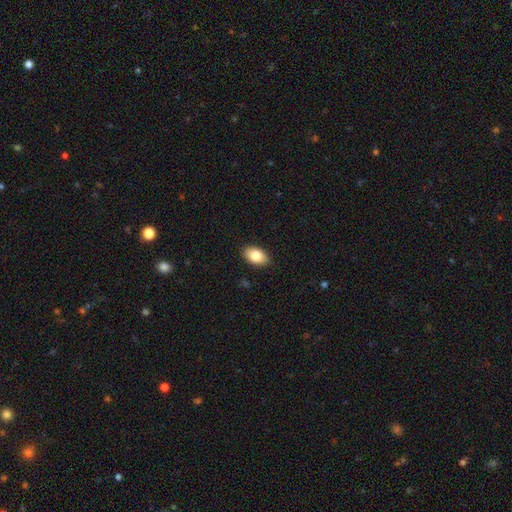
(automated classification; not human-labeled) This is clearly a smooth galaxy (82%). How rounded: clearly in between (91%). Merging: clearly none (89%).